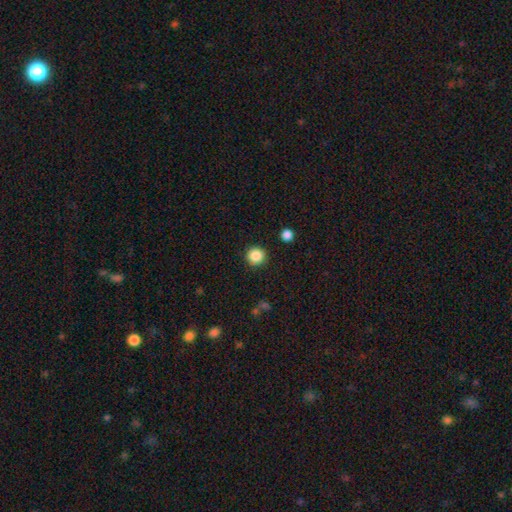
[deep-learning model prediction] smooth 86%, star or artifact 10%, featured or disk 3%. Down the decision tree: how rounded — round (95%); merging — none (90%).